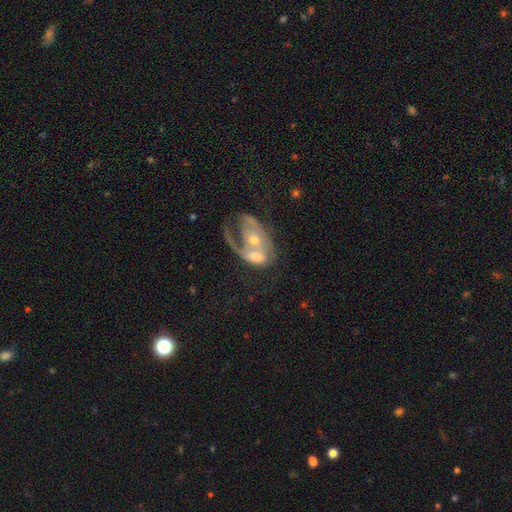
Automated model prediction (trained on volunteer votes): Morphology: type=featured or disk (70%); edge-on=no (96%); bar=no (72%); spiral arms=yes (61%); bulge=moderate (50%); merging=merger (56%).